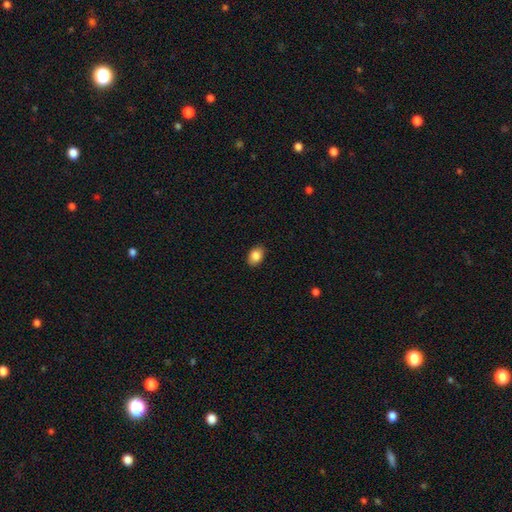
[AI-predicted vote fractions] smooth-or-featured: smooth: 86% | star or artifact: 8% | featured or disk: 6%
  how-rounded: in between: 77% | round: 22% | cigar-shaped: 1%
  merging: none: 88% | minor disturbance: 9% | major disturbance: 2% | merger: 1%